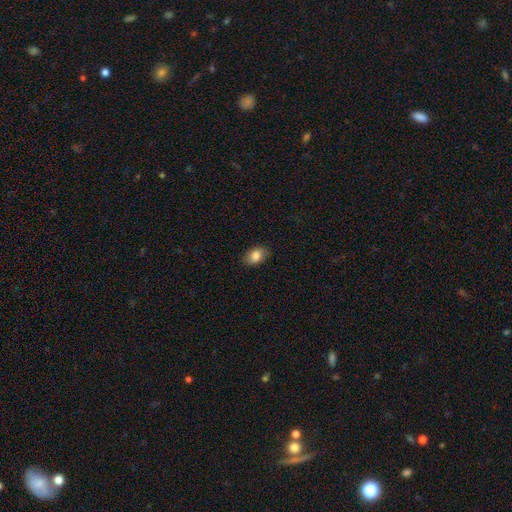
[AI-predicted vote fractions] Smooth or featured? smooth (83%)
How rounded? in between (86%)
Merging? none (86%)